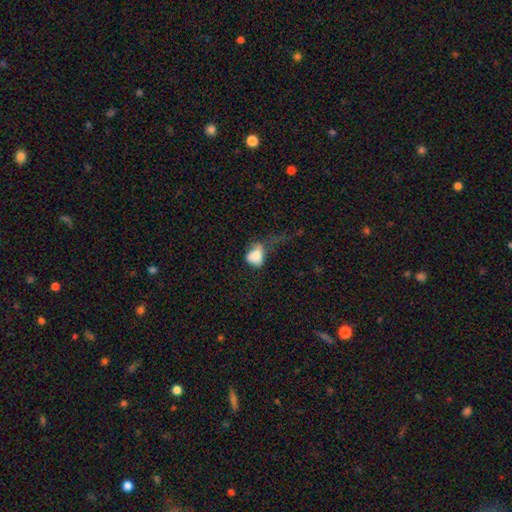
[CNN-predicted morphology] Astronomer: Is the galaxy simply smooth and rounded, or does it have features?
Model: smooth — 77%.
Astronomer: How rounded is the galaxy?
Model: in between — 68%.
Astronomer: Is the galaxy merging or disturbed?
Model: major disturbance — 47% (runner-up: minor disturbance, 26%).